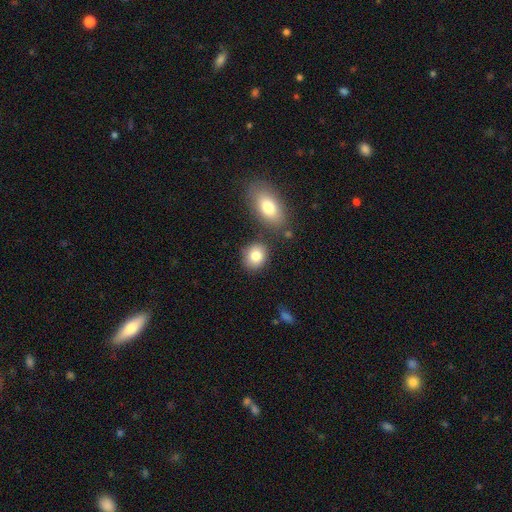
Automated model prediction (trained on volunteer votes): Q: Smooth or featured?
A: smooth (84%); runner-up: featured or disk (8%)
Q: How rounded?
A: round (58%); runner-up: in between (41%)
Q: Merging?
A: none (75%); runner-up: minor disturbance (12%)